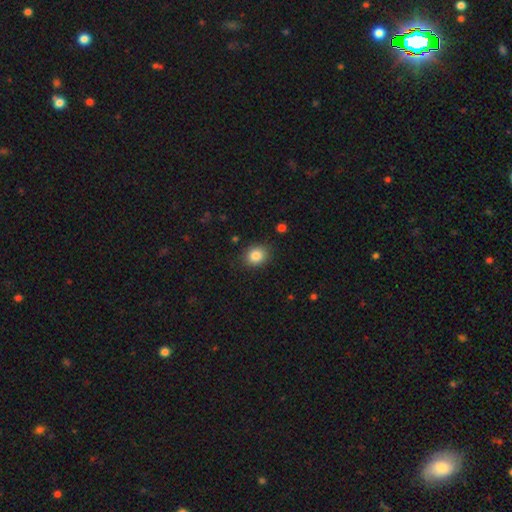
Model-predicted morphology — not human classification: This appears to be a smooth galaxy with no disk features (85%) that is round (65%). Merging: none (87%).